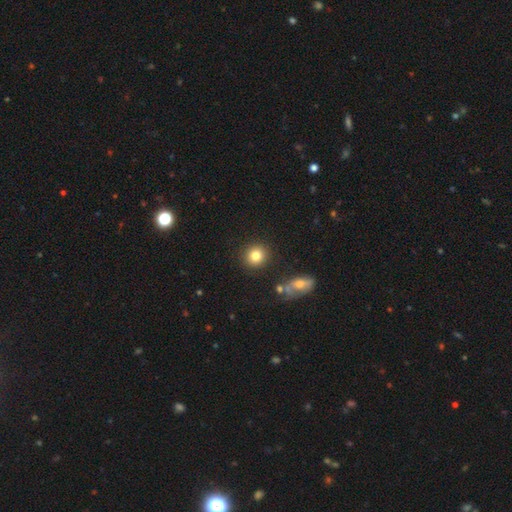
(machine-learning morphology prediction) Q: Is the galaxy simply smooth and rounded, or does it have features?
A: smooth — 83%.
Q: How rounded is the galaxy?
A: round — 87%.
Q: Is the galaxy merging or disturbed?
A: none — 87%.